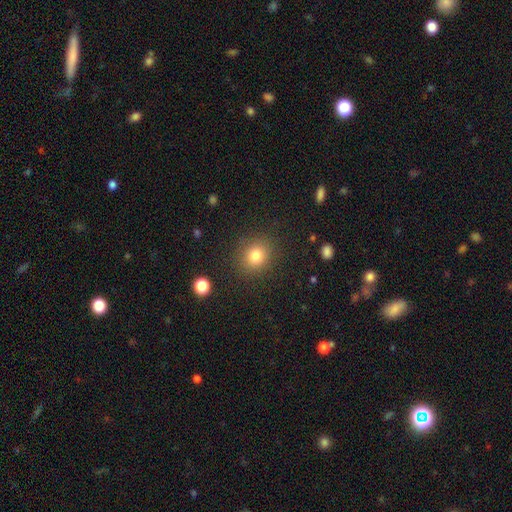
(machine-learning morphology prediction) Q: Smooth or featured?
A: smooth (80%); runner-up: star or artifact (13%)
Q: How rounded?
A: round (74%); runner-up: in between (25%)
Q: Merging?
A: none (87%); runner-up: minor disturbance (8%)